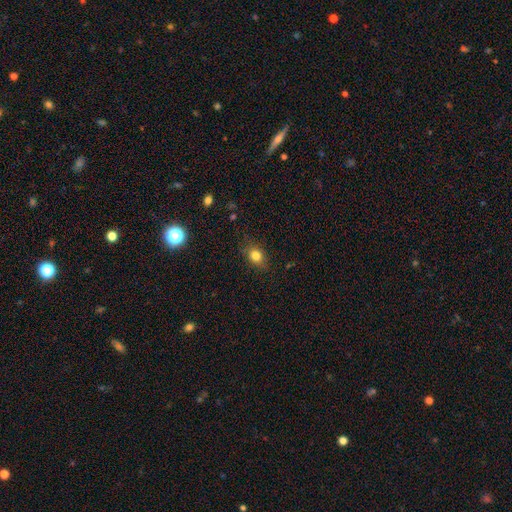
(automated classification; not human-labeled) This appears to be a smooth galaxy with no disk features (79%) that is in between round and cigar-shaped (56%). Merging: none (80%).